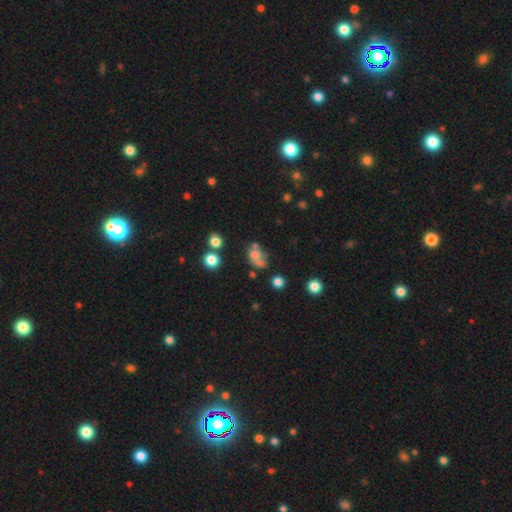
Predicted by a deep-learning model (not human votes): Overall: smooth (63%). How rounded: in between (62%; round 36%). Merging: none (34%; merger 27%).